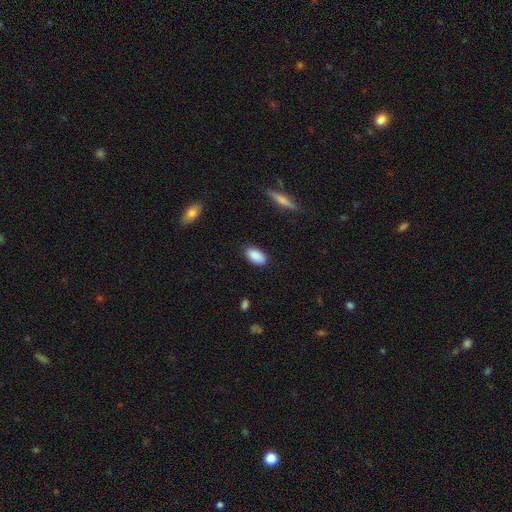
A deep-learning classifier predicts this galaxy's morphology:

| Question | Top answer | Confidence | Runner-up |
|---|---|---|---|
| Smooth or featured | smooth | 89% | star or artifact (7%) |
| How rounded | in between | 94% | round (4%) |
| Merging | none | 84% | minor disturbance (12%) |